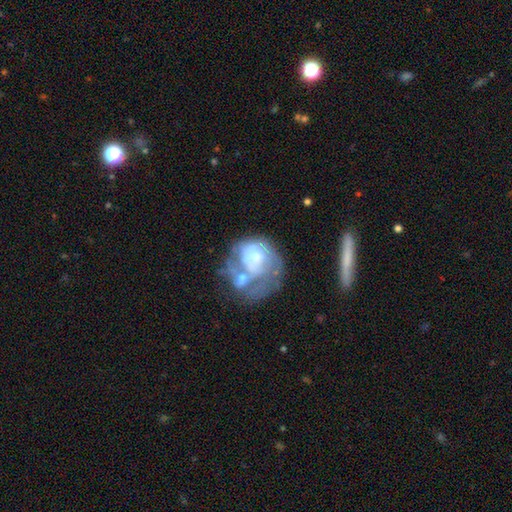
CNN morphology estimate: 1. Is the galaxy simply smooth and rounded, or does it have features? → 62% featured or disk, 30% smooth, 8% star or artifact.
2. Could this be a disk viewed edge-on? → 98% no, 2% yes.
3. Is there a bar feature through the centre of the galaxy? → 79% no, 18% weak, 4% strong.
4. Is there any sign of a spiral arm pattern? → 58% no, 42% yes.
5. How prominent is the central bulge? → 37% moderate, 25% small, 23% none, 12% large, 3% dominant.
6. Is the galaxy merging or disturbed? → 35% merger, 31% major disturbance, 20% none, 14% minor disturbance.